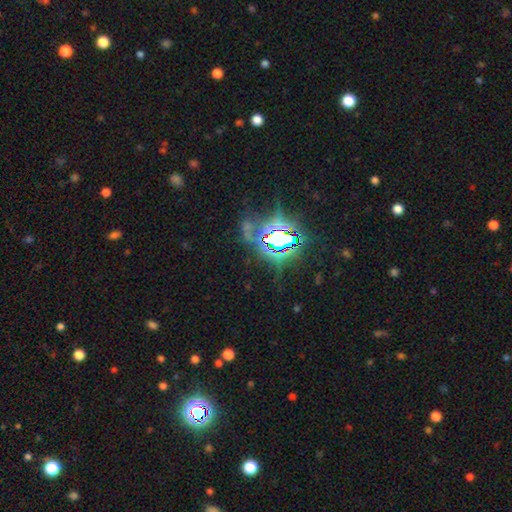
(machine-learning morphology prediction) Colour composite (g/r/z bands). It shows a star or artifact, not a galaxy (82%).